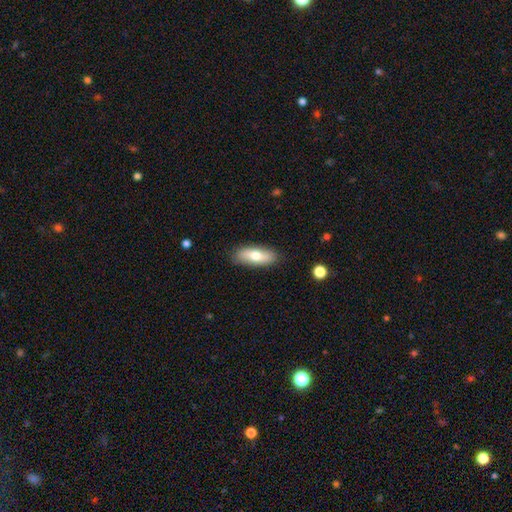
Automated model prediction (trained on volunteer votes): Smooth or featured: smooth — 71% (featured or disk — 23%)
How rounded: in between — 72% (cigar-shaped — 25%)
Merging: none — 86% (minor disturbance — 11%)